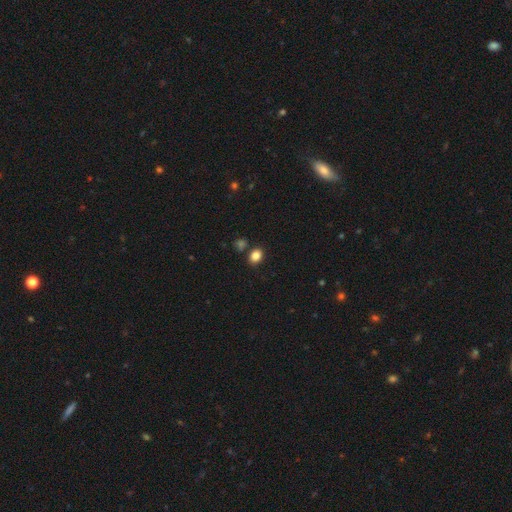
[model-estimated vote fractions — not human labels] smooth_or_featured: smooth (p=0.85) [alt: star or artifact p=0.11]
how_rounded: in between (p=0.57) [alt: round p=0.43]
merging: none (p=0.79) [alt: minor disturbance p=0.09]